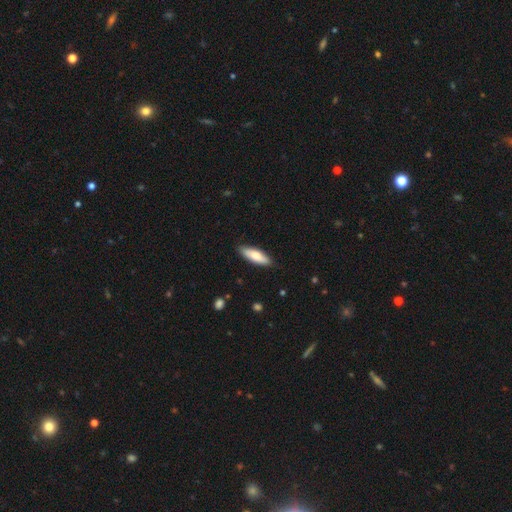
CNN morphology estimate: type=smooth (74%); roundness=cigar-shaped (51%); merging=none (88%).